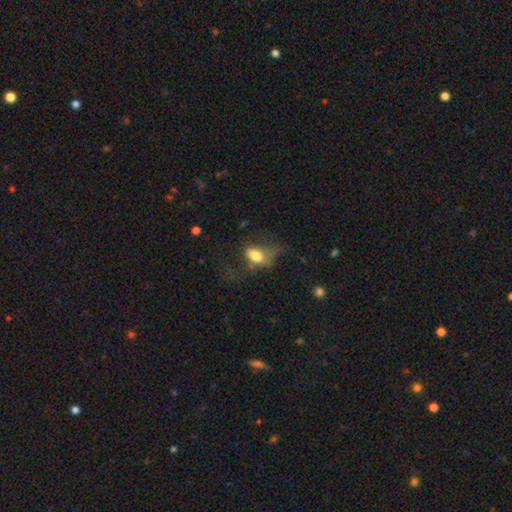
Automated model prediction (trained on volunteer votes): A smooth galaxy with no disk features (70%) that is in between round and cigar-shaped (85%). Merging: major disturbance (43%).